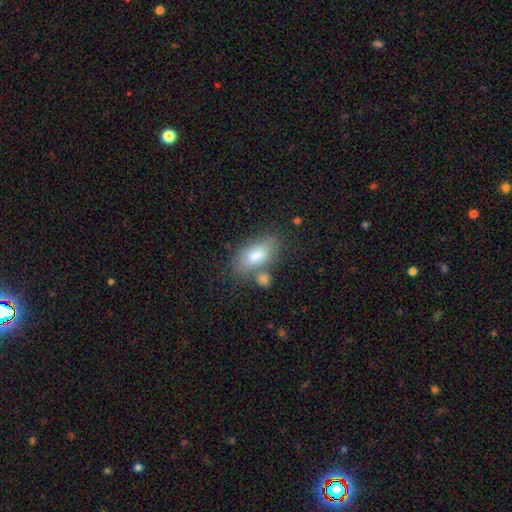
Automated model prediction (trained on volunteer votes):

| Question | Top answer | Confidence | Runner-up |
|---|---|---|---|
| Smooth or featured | smooth | 79% | featured or disk (14%) |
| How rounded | in between | 89% | cigar-shaped (7%) |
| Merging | none | 63% | merger (17%) |